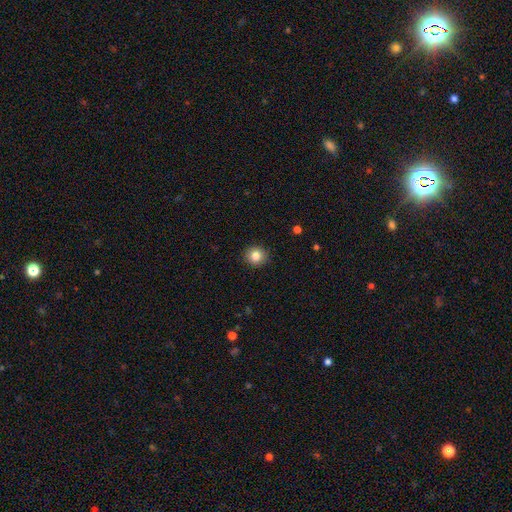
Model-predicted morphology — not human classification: Q: Smooth or featured?
A: smooth (84%); runner-up: star or artifact (10%)
Q: How rounded?
A: round (90%); runner-up: in between (9%)
Q: Merging?
A: none (92%); runner-up: minor disturbance (6%)